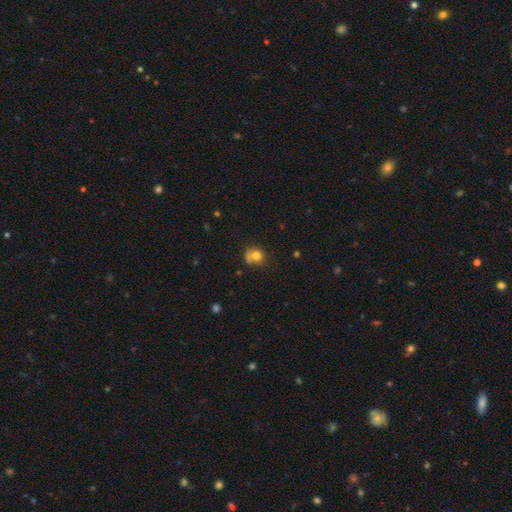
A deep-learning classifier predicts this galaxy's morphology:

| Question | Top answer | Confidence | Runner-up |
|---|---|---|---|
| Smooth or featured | smooth | 75% | featured or disk (13%) |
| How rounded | round | 76% | in between (23%) |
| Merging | none | 48% | minor disturbance (22%) |